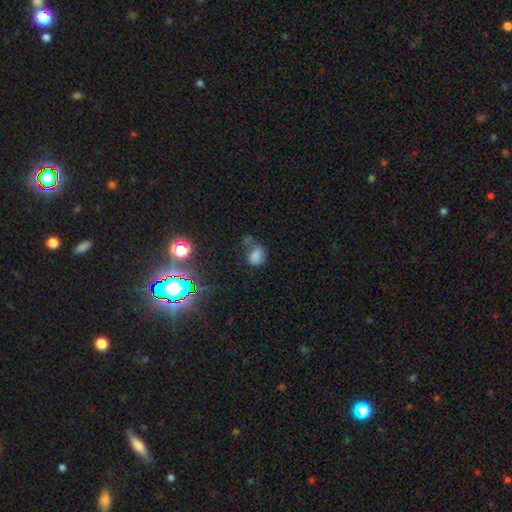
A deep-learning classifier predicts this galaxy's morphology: smooth 71%, star or artifact 19%, featured or disk 9%. Down the decision tree: how rounded — in between (62%); merging — none (42%).